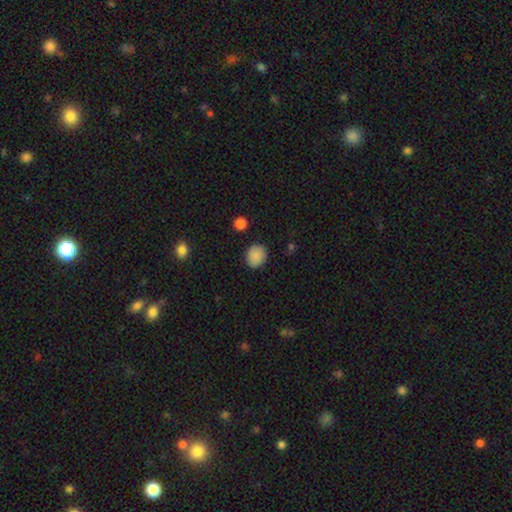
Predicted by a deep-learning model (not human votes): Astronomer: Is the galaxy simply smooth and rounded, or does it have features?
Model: smooth — 88%.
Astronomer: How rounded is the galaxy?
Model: round — 69%.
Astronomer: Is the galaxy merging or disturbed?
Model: none — 87%.